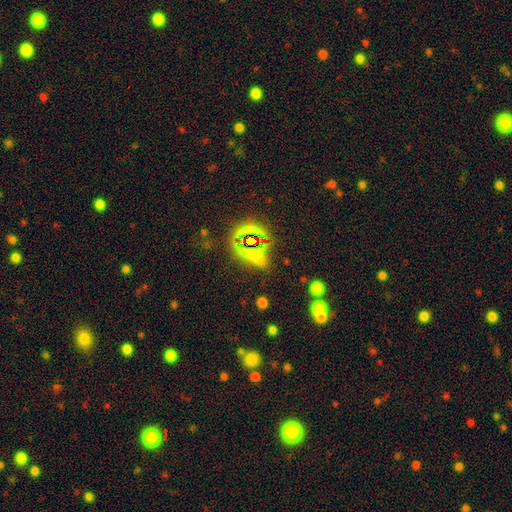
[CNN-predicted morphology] type=star or artifact (60%).